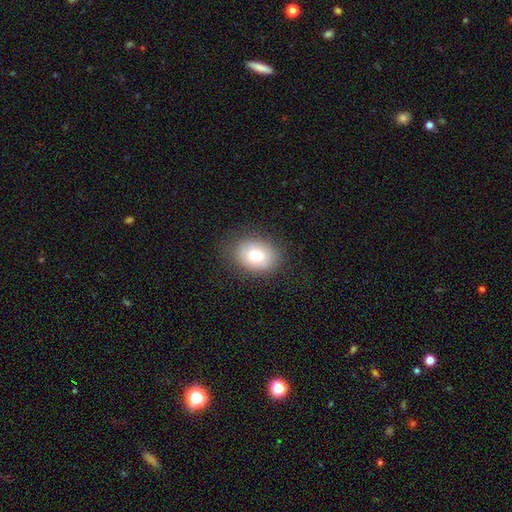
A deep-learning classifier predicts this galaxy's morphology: Overall: smooth (77%). How rounded: in between (60%; round 39%). Merging: none (82%).